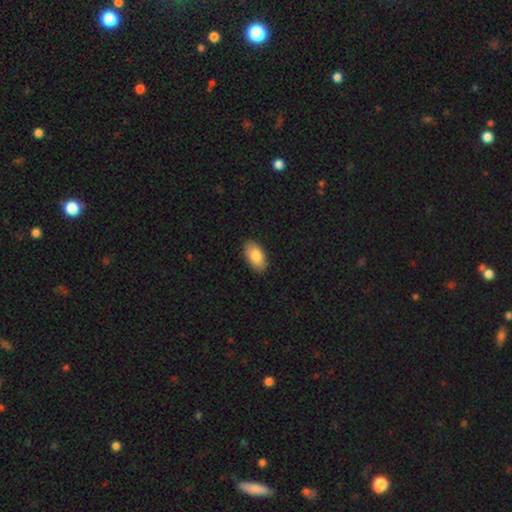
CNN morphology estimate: smooth-or-featured: smooth: 85% | featured or disk: 10% | star or artifact: 6%
  how-rounded: in between: 95% | round: 3% | cigar-shaped: 2%
  merging: none: 89% | minor disturbance: 9% | major disturbance: 2% | merger: 1%